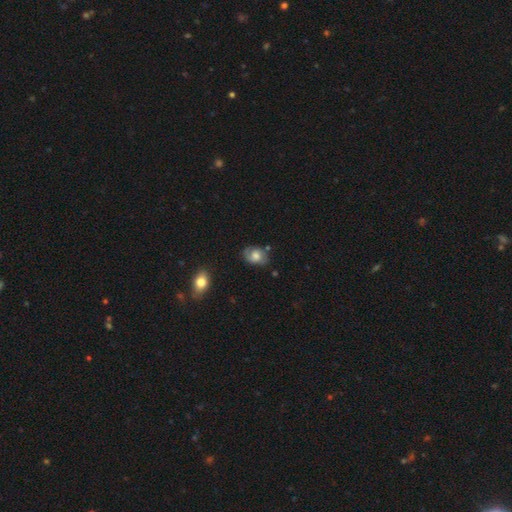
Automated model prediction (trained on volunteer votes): Overall: smooth (63%; featured or disk 29%). How rounded: in between (74%). Merging: none (66%).